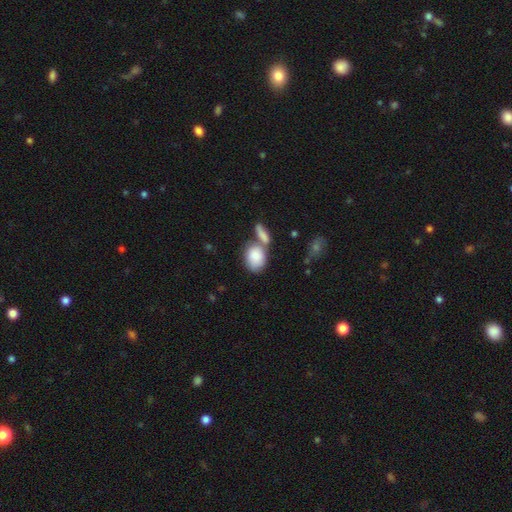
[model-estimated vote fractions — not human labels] smooth_or_featured: smooth (p=0.81) [alt: featured or disk p=0.13]
how_rounded: in between (p=0.72) [alt: round p=0.25]
merging: merger (p=0.46) [alt: none p=0.37]